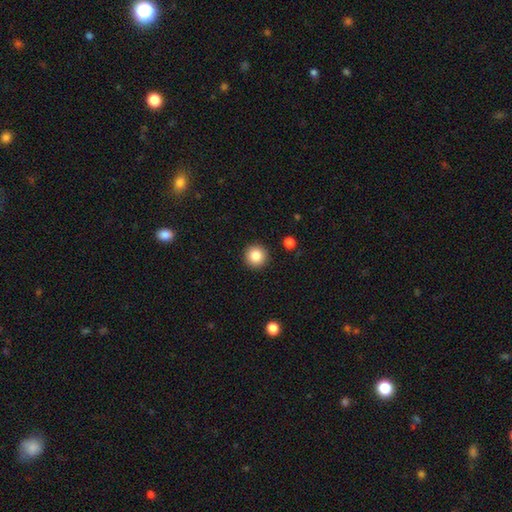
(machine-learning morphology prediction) type=smooth (84%); roundness=round (96%); merging=none (92%).